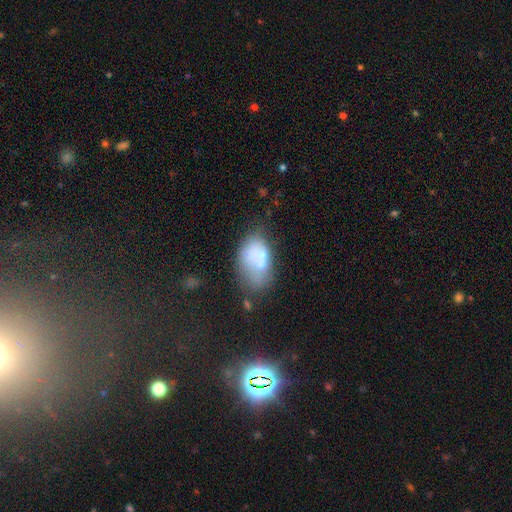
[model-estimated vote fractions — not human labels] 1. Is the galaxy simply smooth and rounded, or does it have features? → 59% smooth, 31% featured or disk, 10% star or artifact.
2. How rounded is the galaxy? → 87% in between, 11% round, 1% cigar-shaped.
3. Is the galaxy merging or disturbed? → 30% none, 28% merger, 24% minor disturbance, 17% major disturbance.